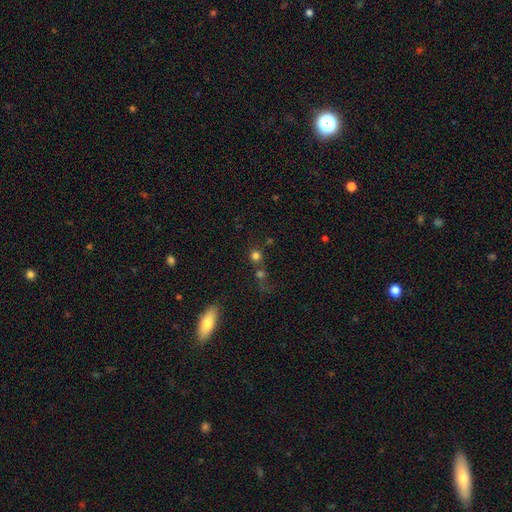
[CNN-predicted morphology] Smooth or featured? Predicted: smooth (p=0.73). How rounded? Predicted: round (p=0.90). Merging? Predicted: none (p=0.58).